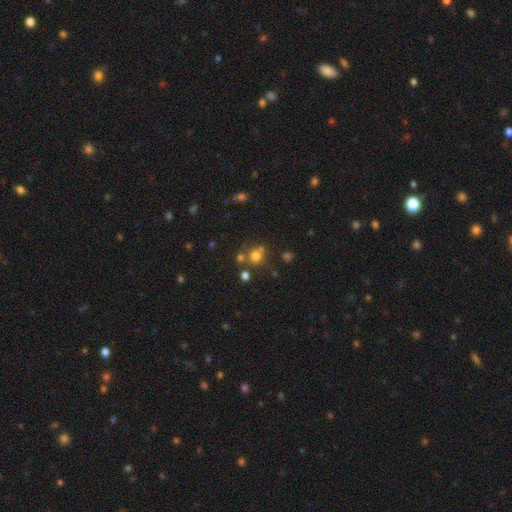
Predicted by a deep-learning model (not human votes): Smooth or featured? smooth (69%)
How rounded? round (82%)
Merging? none (59%)